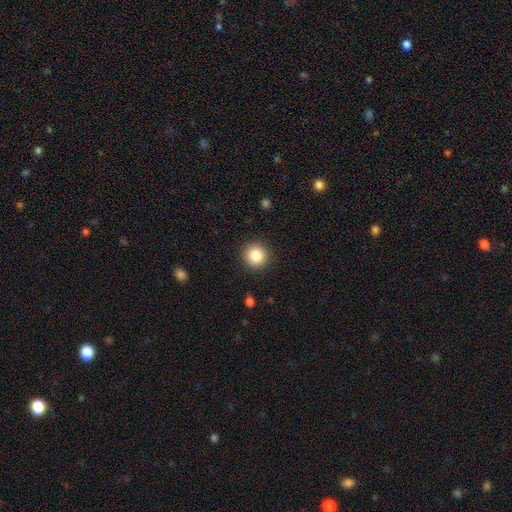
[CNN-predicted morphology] Smooth or featured: smooth — 84% (star or artifact — 10%)
How rounded: round — 94% (in between — 5%)
Merging: none — 91% (minor disturbance — 6%)